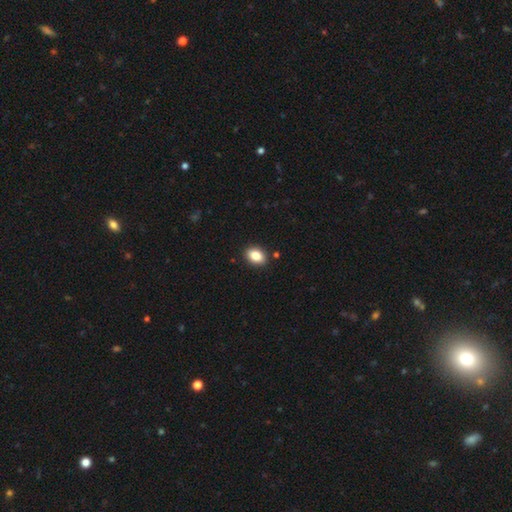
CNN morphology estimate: Smooth or featured? smooth (85%)
How rounded? in between (79%)
Merging? none (89%)